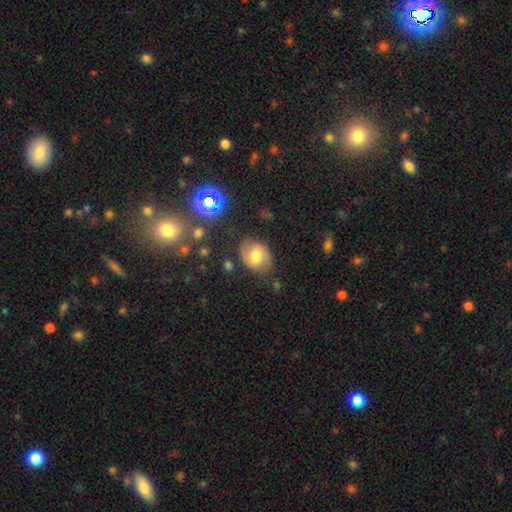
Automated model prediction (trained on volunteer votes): This appears to be a smooth galaxy with no disk features (57%) that is in between round and cigar-shaped (52%). Merging: none (74%).